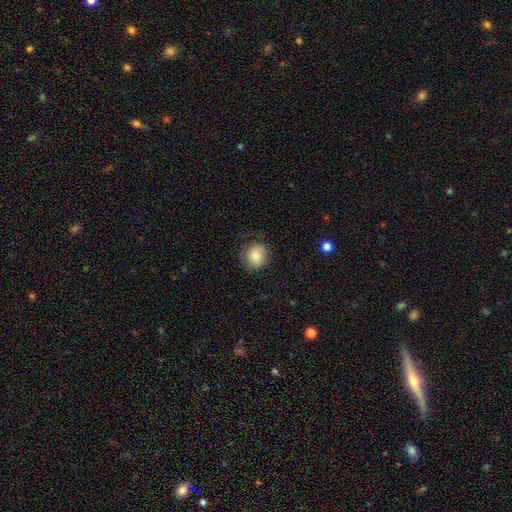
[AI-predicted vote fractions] This is clearly a smooth galaxy (80%). How rounded: likely round (75%). Merging: likely none (77%).